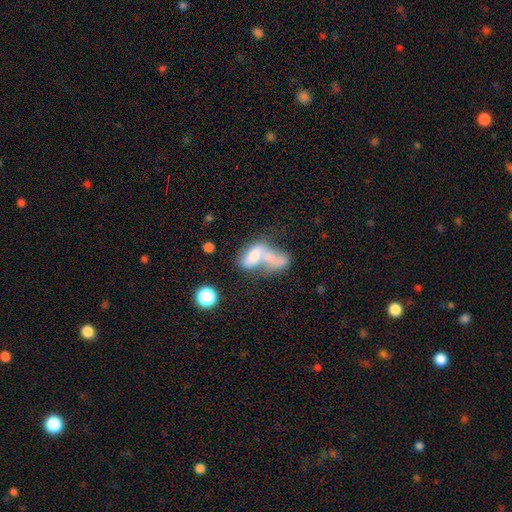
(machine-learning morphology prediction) A smooth galaxy with no disk features (50%). Merging: merger (66%).